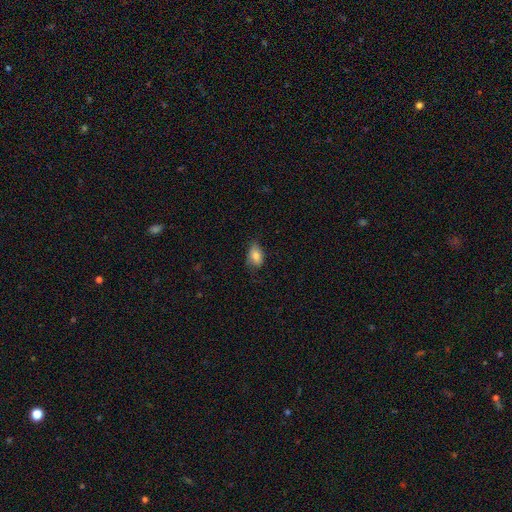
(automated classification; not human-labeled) Smooth or featured: smooth — 81% (featured or disk — 11%)
How rounded: in between — 88% (round — 9%)
Merging: none — 65% (minor disturbance — 27%)